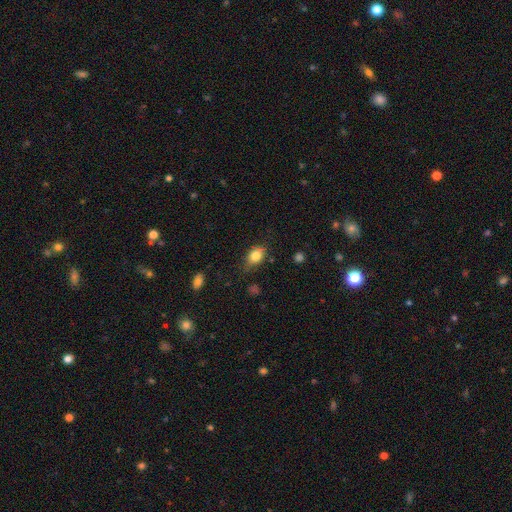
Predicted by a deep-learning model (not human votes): The model was most divided on "merging": none: 67%, minor disturbance: 25%, major disturbance: 6%, merger: 2%. More confident: smooth or featured — smooth (81%); how rounded — in between (73%).